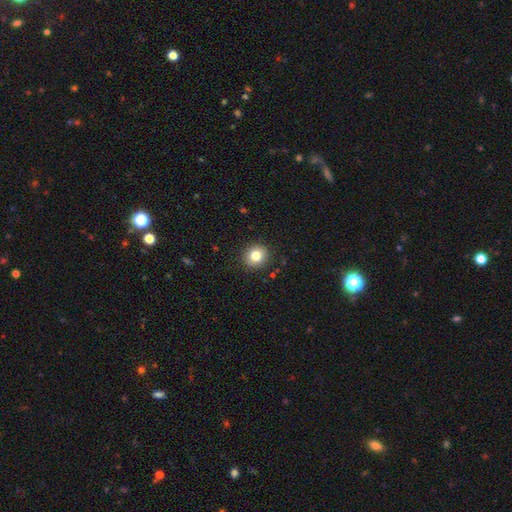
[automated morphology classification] Overall: smooth (82%). How rounded: round (86%). Merging: none (90%).